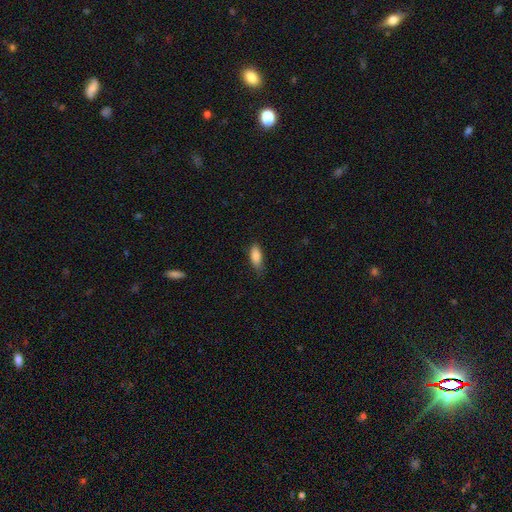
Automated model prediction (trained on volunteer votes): This appears to be a smooth galaxy with no disk features (86%) that is in between round and cigar-shaped (75%). Merging: none (72%).